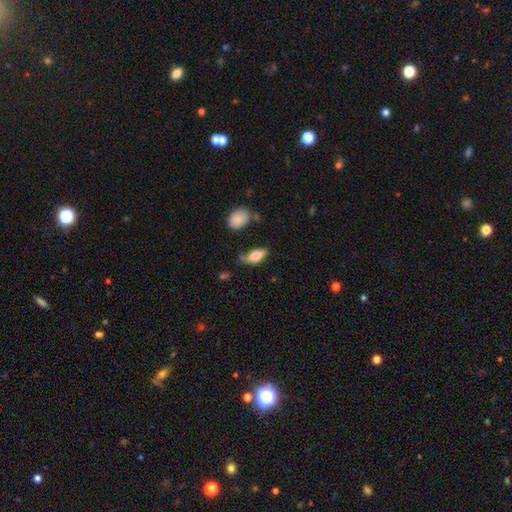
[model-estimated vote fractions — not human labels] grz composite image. It shows a smooth galaxy with no disk features (69%) that is in between round and cigar-shaped (77%). Merging: none (51%).